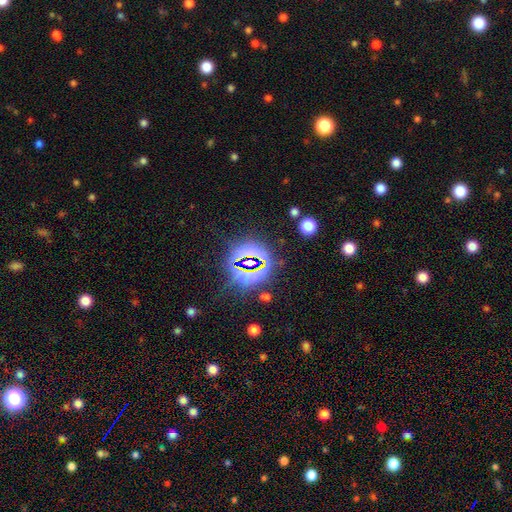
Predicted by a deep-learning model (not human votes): This is likely a star or artifact rather than a galaxy (78%).